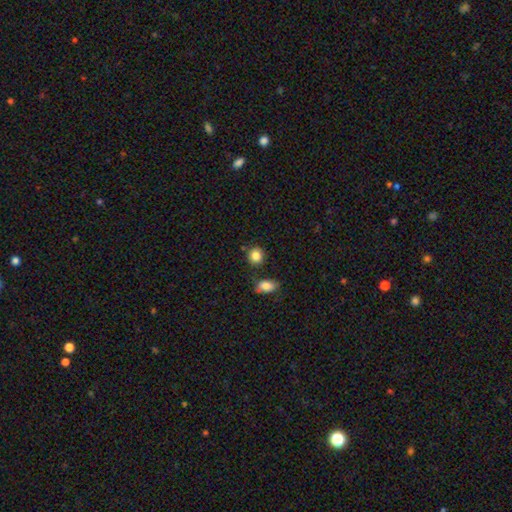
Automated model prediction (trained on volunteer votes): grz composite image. It shows a smooth galaxy with no disk features (85%) that is round (82%). Merging: none (80%).